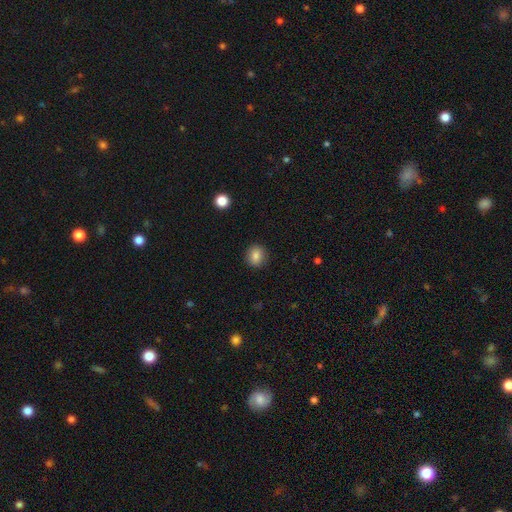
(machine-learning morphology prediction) Smooth or featured: smooth — 84% (star or artifact — 10%)
How rounded: round — 76% (in between — 23%)
Merging: none — 90% (minor disturbance — 7%)